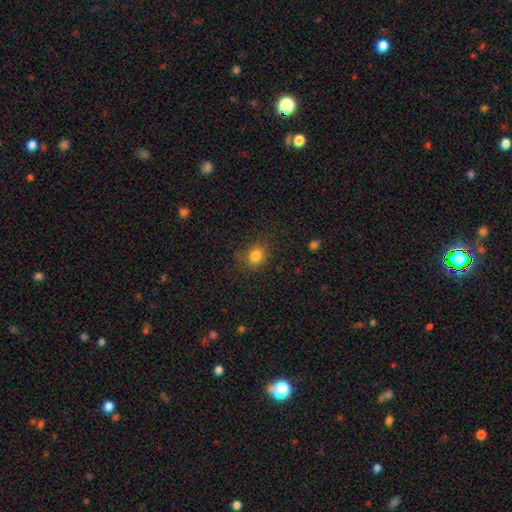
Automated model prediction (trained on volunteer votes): smooth 82%, star or artifact 12%, featured or disk 6%. Down the decision tree: how rounded — round (59%); merging — none (74%).